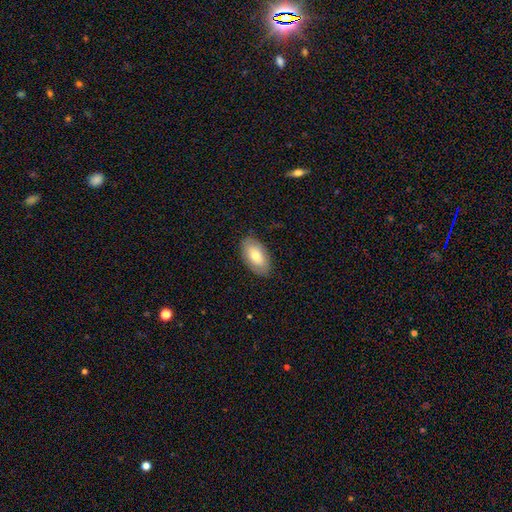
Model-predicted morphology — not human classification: Q: Smooth or featured?
A: smooth (71%); runner-up: featured or disk (23%)
Q: How rounded?
A: in between (94%); runner-up: round (4%)
Q: Merging?
A: none (86%); runner-up: minor disturbance (11%)